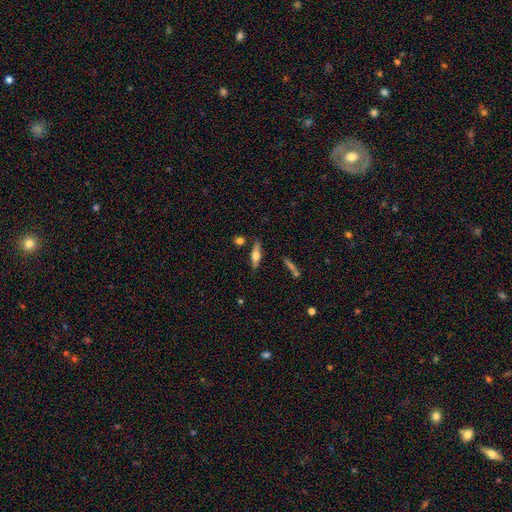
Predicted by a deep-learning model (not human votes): Smooth or featured? Predicted: featured or disk (p=0.50). Edge-on disk? Predicted: yes (p=0.92). Merging? Predicted: none (p=0.82).